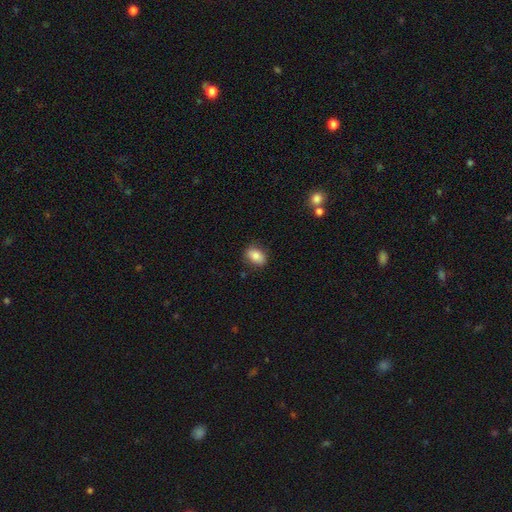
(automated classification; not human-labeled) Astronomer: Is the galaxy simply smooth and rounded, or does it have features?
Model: smooth — 81%.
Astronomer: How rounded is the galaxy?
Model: in between — 79%.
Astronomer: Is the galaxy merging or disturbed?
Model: none — 82%.